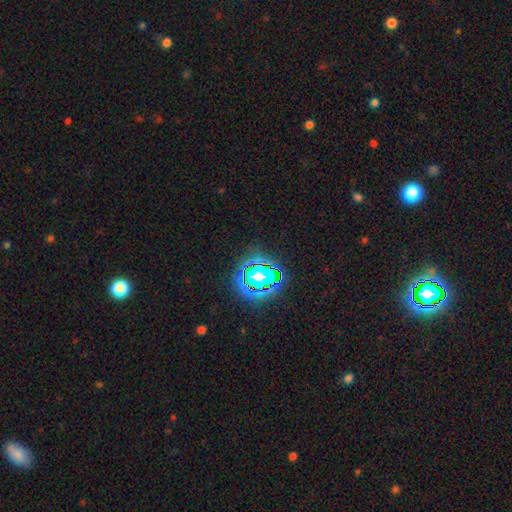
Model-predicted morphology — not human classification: Smooth or featured?
  - star or artifact: 79% *
  - smooth: 13%
  - featured or disk: 8%